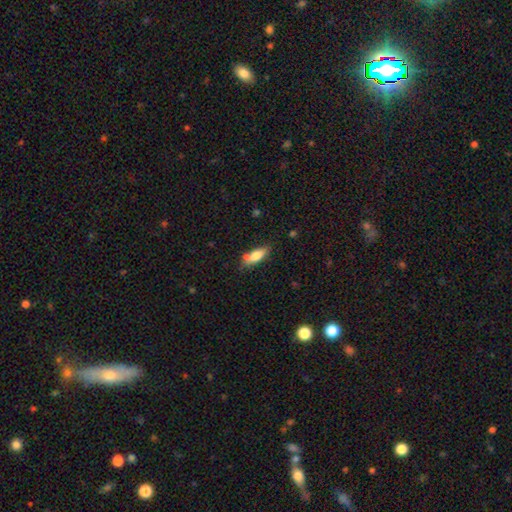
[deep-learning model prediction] This appears to be a smooth galaxy with no disk features (75%) that is in between round and cigar-shaped (65%). Merging: none (61%).